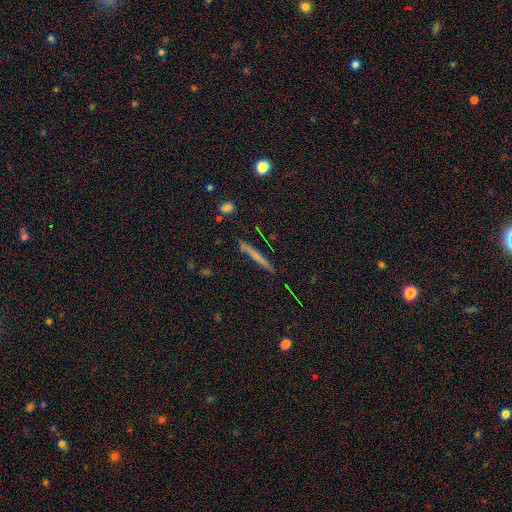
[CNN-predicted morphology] type=smooth (56%); roundness=cigar-shaped (96%); merging=none (88%).